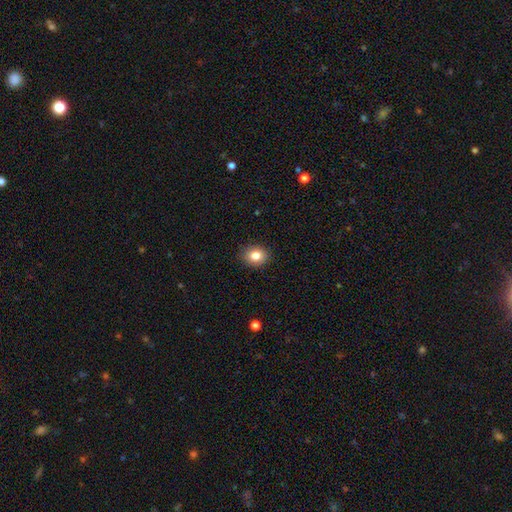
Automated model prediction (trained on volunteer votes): A smooth galaxy with no disk features (82%) that is round (62%).

Vote fractions:
- Smooth or featured? smooth: 82% / star or artifact: 10% / featured or disk: 8%
- How rounded? round: 62% / in between: 37% / cigar-shaped: 1%
- Merging? none: 90% / minor disturbance: 7% / major disturbance: 2% / merger: 1%